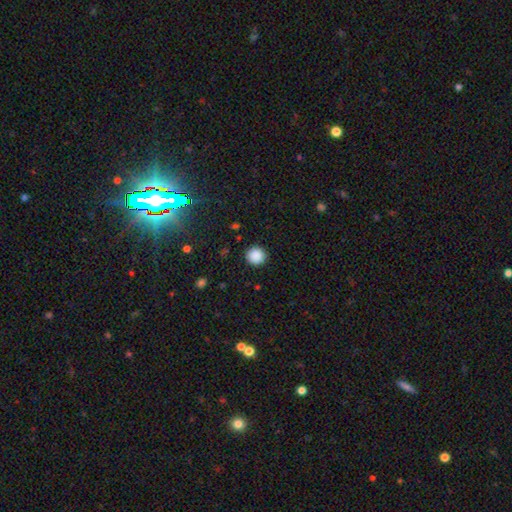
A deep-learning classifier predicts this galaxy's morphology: A smooth galaxy with no disk features (88%) that is round (94%). Merging: none (91%).